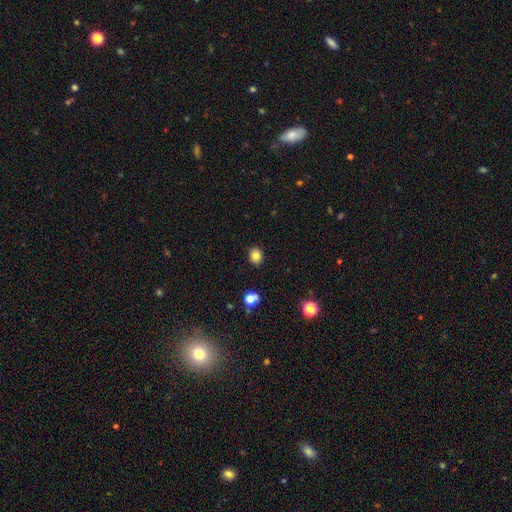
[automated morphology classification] Smooth or featured? Predicted: smooth (p=0.82). How rounded? Predicted: round (p=0.65). Merging? Predicted: none (p=0.90).